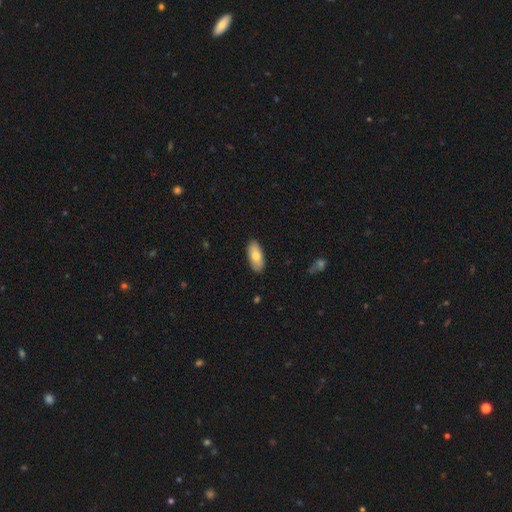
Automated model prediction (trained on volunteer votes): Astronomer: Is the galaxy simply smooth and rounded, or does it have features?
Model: smooth — 74%.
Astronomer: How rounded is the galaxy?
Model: in between — 89%.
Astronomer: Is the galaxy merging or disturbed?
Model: none — 88%.